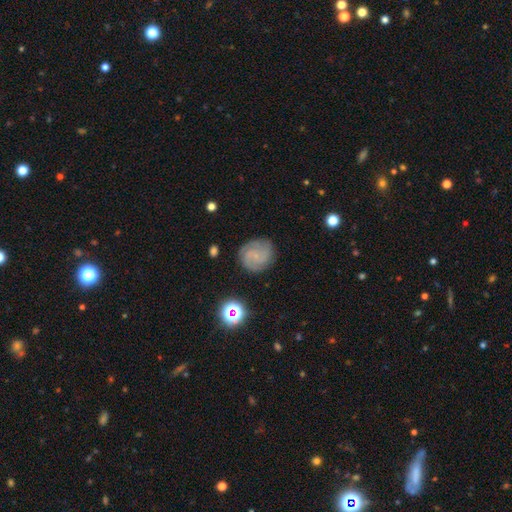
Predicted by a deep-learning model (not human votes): Overall: featured or disk (66%). Edge-on disk: no (98%). Bar: no (67%; weak 29%). Spiral arms: yes (93%). Spiral arm count: 2 (48%; 3 20%). Spiral winding: tight (48%; medium 40%). Bulge size: small (72%). Merging: none (80%).